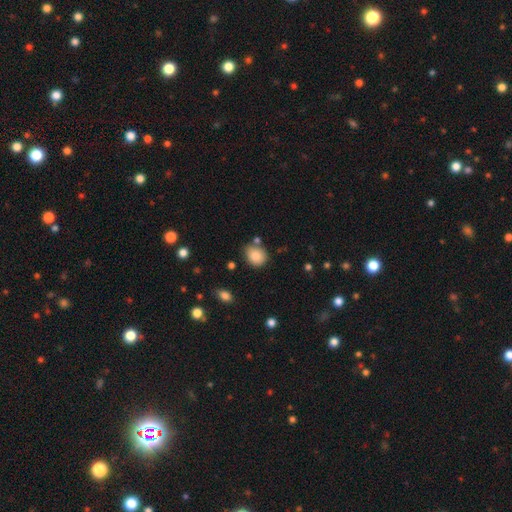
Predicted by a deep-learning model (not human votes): Smooth or featured? Predicted: smooth (p=0.85). How rounded? Predicted: round (p=0.66). Merging? Predicted: none (p=0.71).